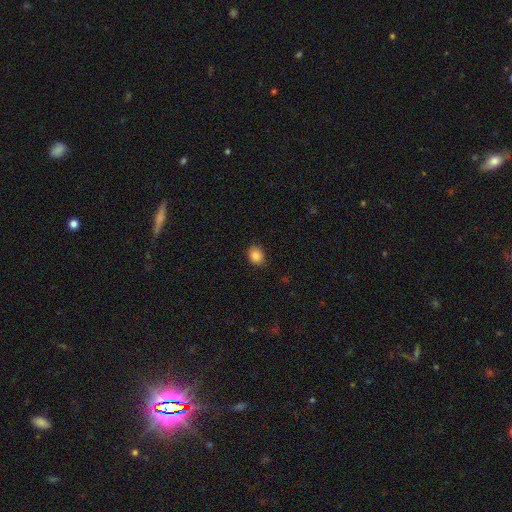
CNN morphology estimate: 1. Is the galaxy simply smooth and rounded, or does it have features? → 86% smooth, 9% star or artifact, 5% featured or disk.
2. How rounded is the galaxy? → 54% in between, 45% round, 1% cigar-shaped.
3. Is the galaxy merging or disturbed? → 84% none, 13% minor disturbance, 2% major disturbance, 1% merger.